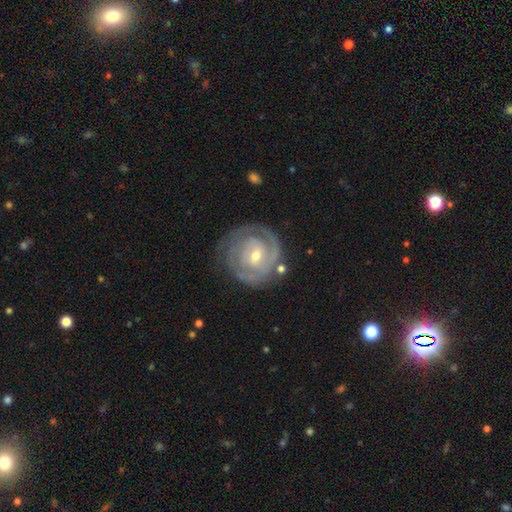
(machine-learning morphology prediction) Smooth or featured? Predicted: featured or disk (p=0.85). Edge-on disk? Predicted: no (p=0.97). Bar? Predicted: weak (p=0.46). Spiral arms? Predicted: yes (p=0.94). Spiral winding? Predicted: tight (p=0.76). Spiral arm count? Predicted: 2 (p=0.39). Bulge size? Predicted: moderate (p=0.49). Merging? Predicted: none (p=0.72).